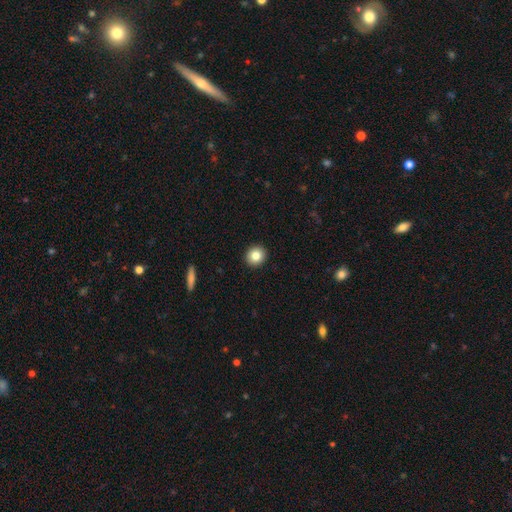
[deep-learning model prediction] A smooth galaxy with no disk features (82%) that is round (90%).

Vote fractions:
- Smooth or featured? smooth: 82% / star or artifact: 10% / featured or disk: 8%
- How rounded? round: 90% / in between: 9% / cigar-shaped: 1%
- Merging? none: 93% / minor disturbance: 4% / major disturbance: 1% / merger: 1%